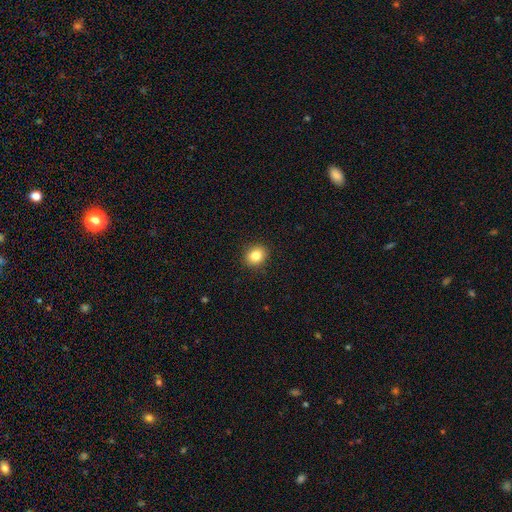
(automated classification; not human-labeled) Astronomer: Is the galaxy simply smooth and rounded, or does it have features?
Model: smooth — 84%.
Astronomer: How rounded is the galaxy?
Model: round — 68%.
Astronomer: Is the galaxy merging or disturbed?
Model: none — 91%.